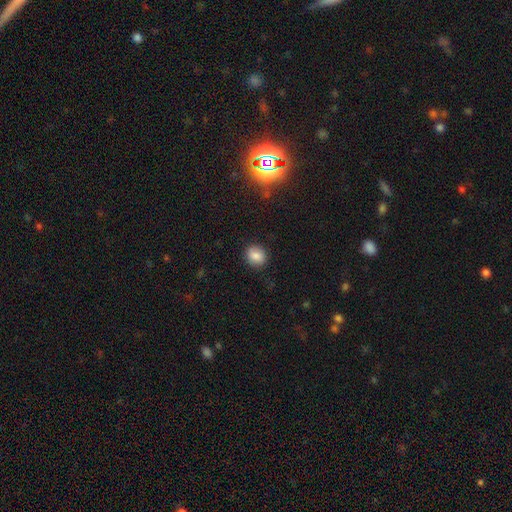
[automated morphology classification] Q: Smooth or featured?
A: smooth (84%); runner-up: star or artifact (10%)
Q: How rounded?
A: round (69%); runner-up: in between (30%)
Q: Merging?
A: none (88%); runner-up: minor disturbance (8%)